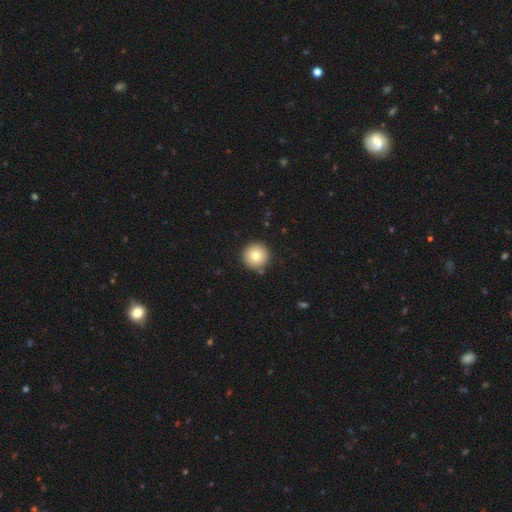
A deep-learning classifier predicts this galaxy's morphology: type=smooth (79%); roundness=round (96%); merging=none (86%).